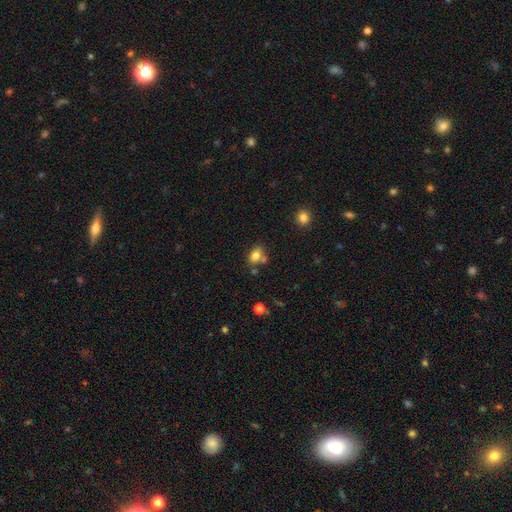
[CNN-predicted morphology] Smooth or featured: smooth — 79% (star or artifact — 11%)
How rounded: in between — 79% (round — 19%)
Merging: none — 58% (merger — 23%)